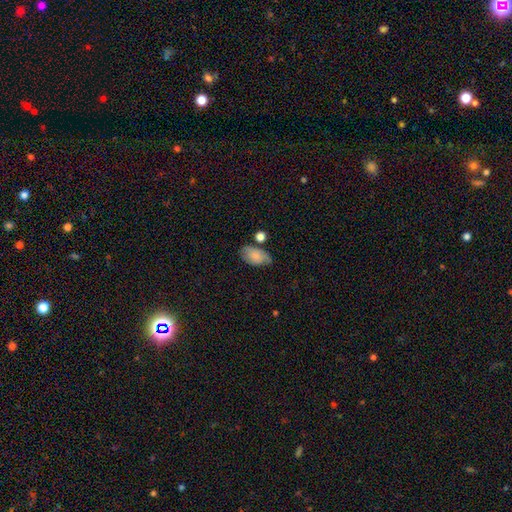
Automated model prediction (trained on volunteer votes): Overall: smooth (71%). How rounded: in between (92%). Merging: none (58%; minor disturbance 25%).